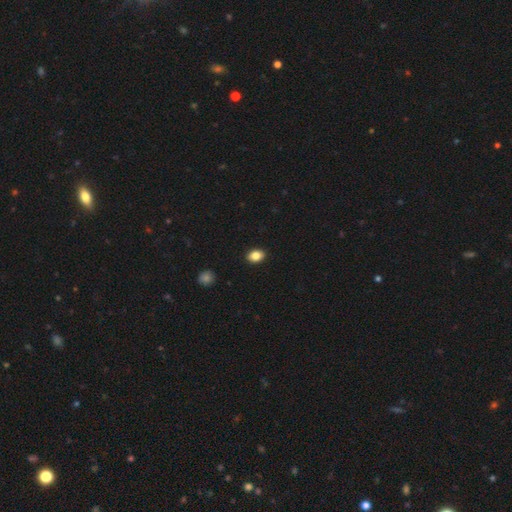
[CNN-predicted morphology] A smooth galaxy with no disk features (86%) that is in between round and cigar-shaped (73%).

Vote fractions:
- Smooth or featured? smooth: 86% / star or artifact: 9% / featured or disk: 5%
- How rounded? in between: 73% / round: 26% / cigar-shaped: 1%
- Merging? none: 90% / minor disturbance: 7% / major disturbance: 2% / merger: 1%